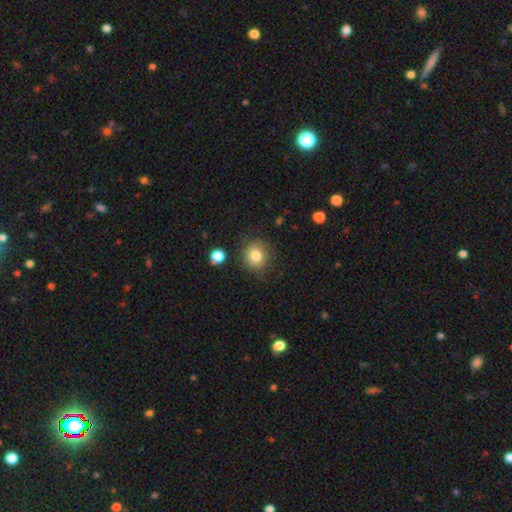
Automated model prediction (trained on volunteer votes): Overall: smooth (81%). How rounded: round (82%). Merging: none (82%).